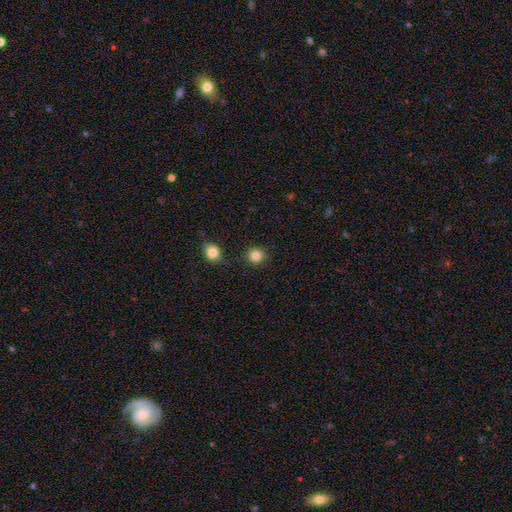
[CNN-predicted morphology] A smooth galaxy with no disk features (84%) that is round (92%). Merging: none (87%).